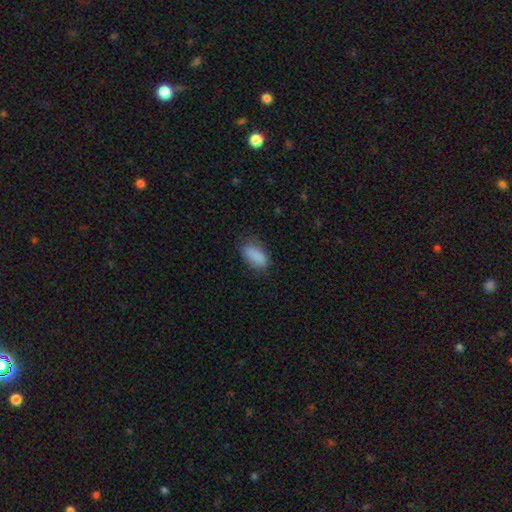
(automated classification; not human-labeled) A smooth galaxy with no disk features (87%) that is in between round and cigar-shaped (91%). Merging: none (75%).